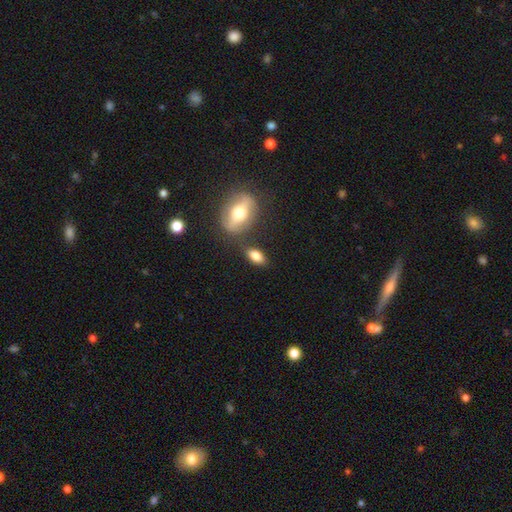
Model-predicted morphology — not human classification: Smooth or featured? Predicted: smooth (p=0.77). How rounded? Predicted: in between (p=0.83). Merging? Predicted: none (p=0.74).